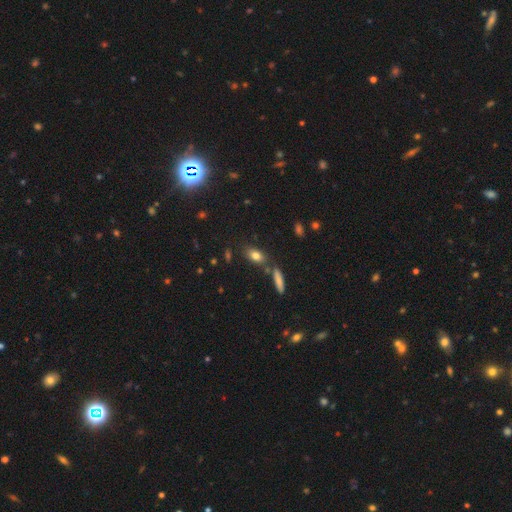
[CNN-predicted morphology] smooth_or_featured: smooth (p=0.78) [alt: featured or disk p=0.13]
how_rounded: in between (p=0.78) [alt: cigar-shaped p=0.13]
merging: none (p=0.72) [alt: minor disturbance p=0.12]